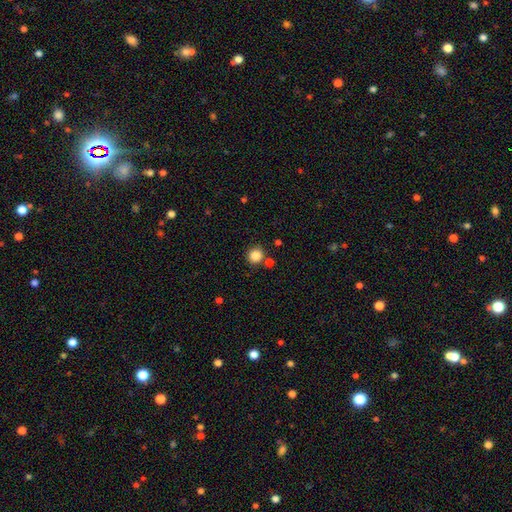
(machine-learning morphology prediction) Smooth or featured?
  - smooth: 85% *
  - star or artifact: 11%
  - featured or disk: 4%
How rounded?
  - round: 91% *
  - in between: 8%
  - cigar-shaped: 1%
Merging?
  - none: 78% *
  - merger: 10%
  - minor disturbance: 9%
  - major disturbance: 3%